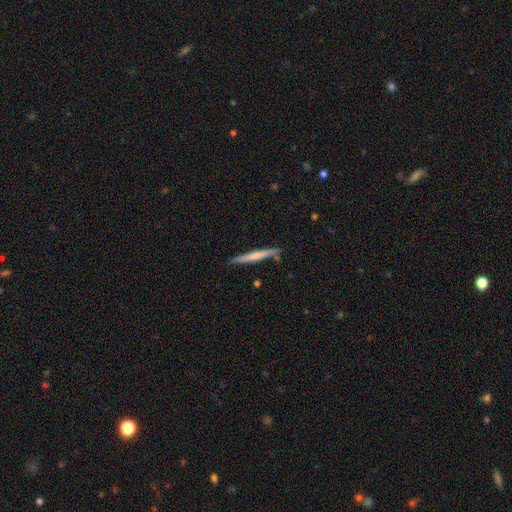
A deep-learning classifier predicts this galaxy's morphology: Smooth or featured? Predicted: smooth (p=0.52). How rounded? Predicted: cigar-shaped (p=0.96). Merging? Predicted: none (p=0.84).